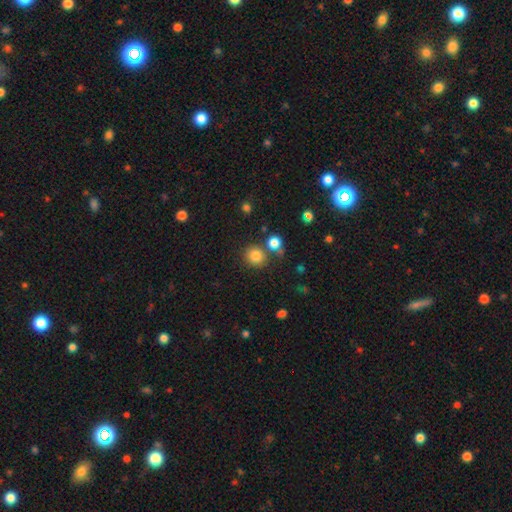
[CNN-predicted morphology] smooth 82%, star or artifact 12%, featured or disk 6%. Down the decision tree: how rounded — round (86%); merging — none (76%).